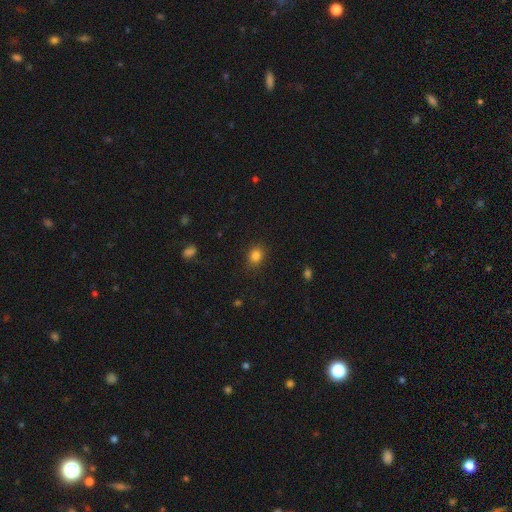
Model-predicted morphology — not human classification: This appears to be a smooth galaxy with no disk features (84%) that is round (56%). Merging: none (86%).